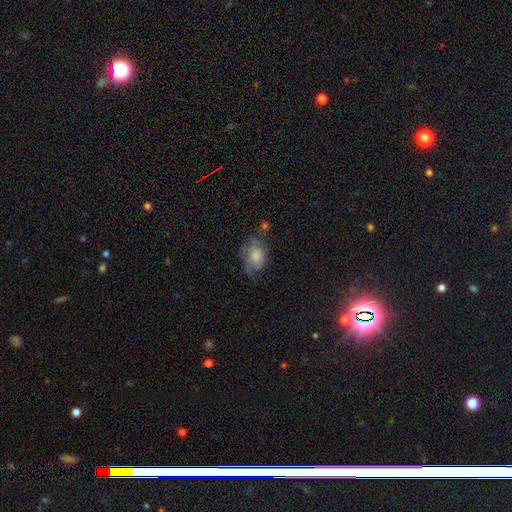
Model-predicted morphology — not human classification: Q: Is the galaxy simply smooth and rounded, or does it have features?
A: smooth — 56%.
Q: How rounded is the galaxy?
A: in between — 72%.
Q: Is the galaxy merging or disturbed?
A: none — 42%.